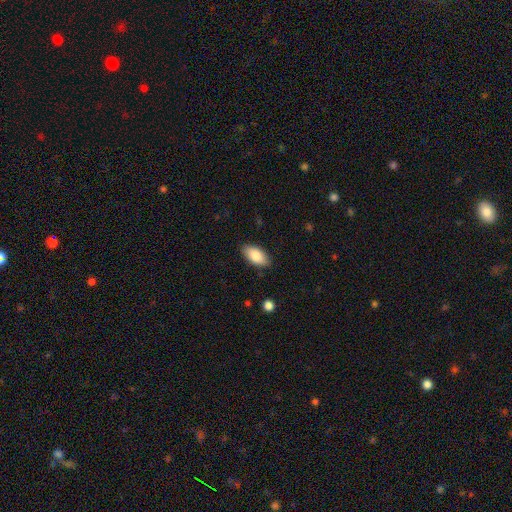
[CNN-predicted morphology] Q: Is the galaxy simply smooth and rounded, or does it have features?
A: smooth — 85%.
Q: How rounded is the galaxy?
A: in between — 93%.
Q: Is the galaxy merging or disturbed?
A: none — 86%.